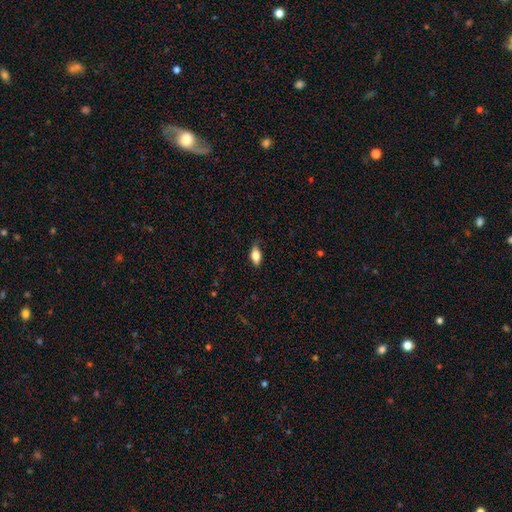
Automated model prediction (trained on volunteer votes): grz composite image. It shows a smooth galaxy with no disk features (72%) that is in between round and cigar-shaped (83%). Merging: none (75%).